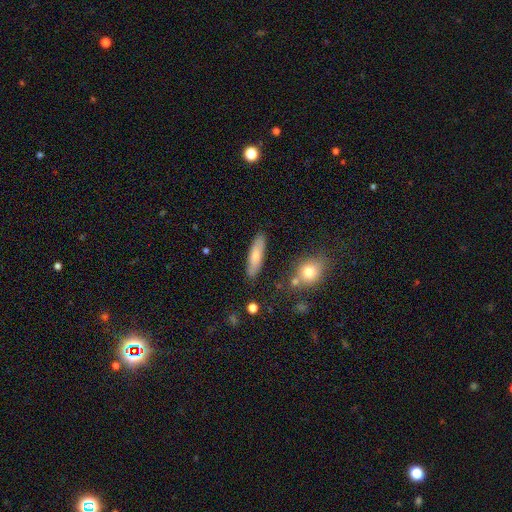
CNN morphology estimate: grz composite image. It shows a smooth galaxy with no disk features (71%) that is cigar-shaped (64%). Merging: none (84%).